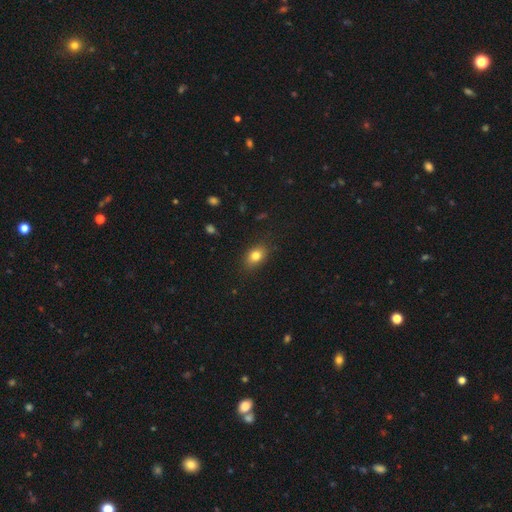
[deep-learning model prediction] Smooth or featured?
  - smooth: 81% *
  - star or artifact: 10%
  - featured or disk: 9%
How rounded?
  - in between: 72% *
  - round: 27%
  - cigar-shaped: 2%
Merging?
  - none: 84% *
  - minor disturbance: 12%
  - major disturbance: 3%
  - merger: 1%